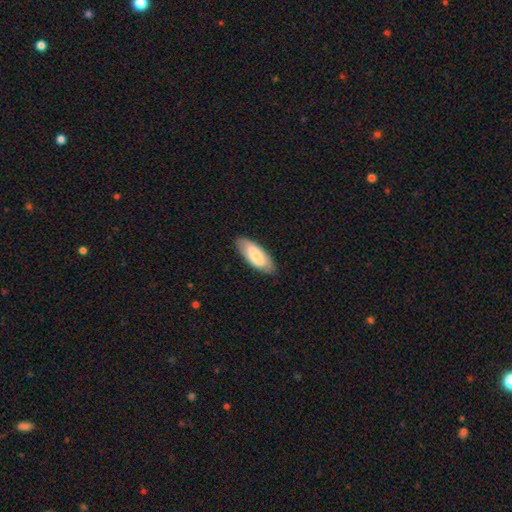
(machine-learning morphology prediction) Smooth or featured: smooth — 72% (featured or disk — 23%)
How rounded: in between — 79% (cigar-shaped — 19%)
Merging: none — 83% (minor disturbance — 14%)